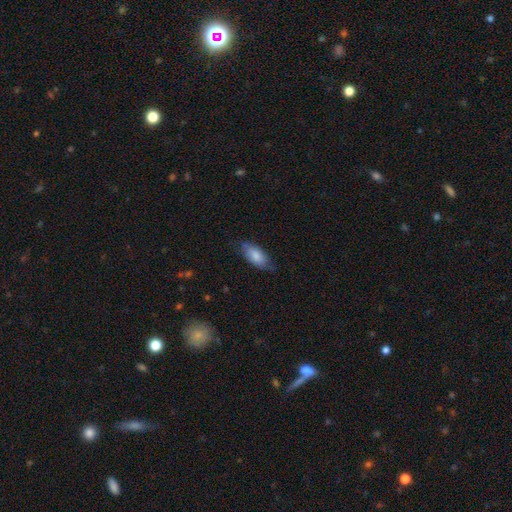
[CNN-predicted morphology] The model was most divided on "merging": none: 68%, minor disturbance: 26%, major disturbance: 5%, merger: 1%. More confident: how rounded — in between (88%); smooth or featured — smooth (78%).